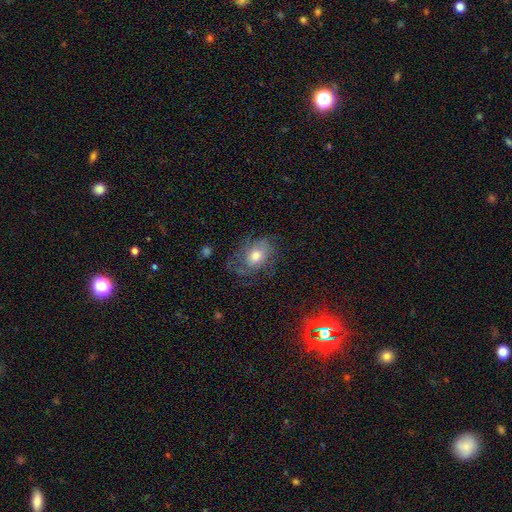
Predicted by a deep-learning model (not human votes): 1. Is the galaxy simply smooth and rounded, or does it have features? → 46% smooth, 42% featured or disk, 11% star or artifact.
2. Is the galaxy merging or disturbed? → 55% none, 25% minor disturbance, 19% major disturbance, 2% merger.